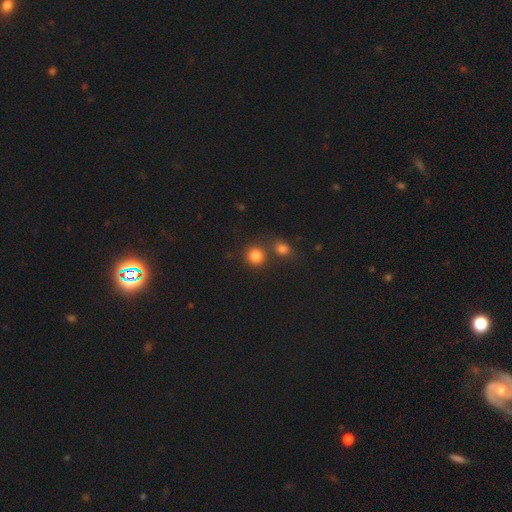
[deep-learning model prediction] Overall: smooth (81%). How rounded: round (88%). Merging: none (66%).